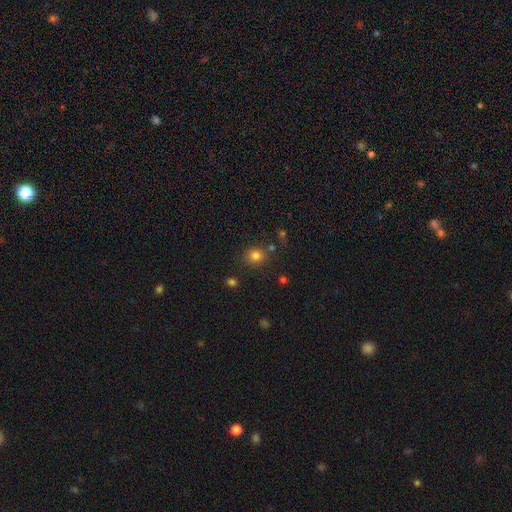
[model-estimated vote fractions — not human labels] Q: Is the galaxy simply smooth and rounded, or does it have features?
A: smooth — 79%.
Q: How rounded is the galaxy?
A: round — 76%.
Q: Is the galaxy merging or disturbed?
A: none — 77%.